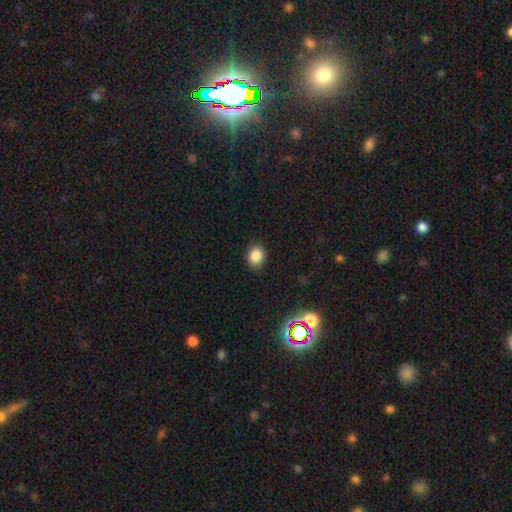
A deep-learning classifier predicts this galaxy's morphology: smooth-or-featured: smooth: 86% | star or artifact: 10% | featured or disk: 4%
  how-rounded: round: 50% | in between: 49% | cigar-shaped: 1%
  merging: none: 87% | minor disturbance: 10% | major disturbance: 2% | merger: 1%